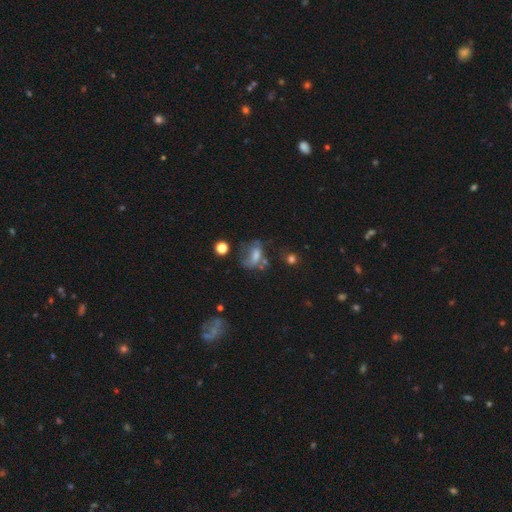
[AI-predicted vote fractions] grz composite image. It shows a smooth galaxy with no disk features (50%). Merging: none (35%).